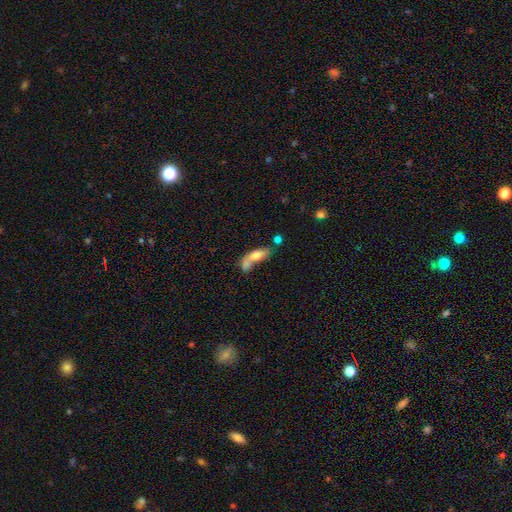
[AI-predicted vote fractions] The model was most divided on "merging": merger: 48%, none: 27%, minor disturbance: 14%, major disturbance: 12%. More confident: smooth or featured — smooth (65%); how rounded — in between (61%).